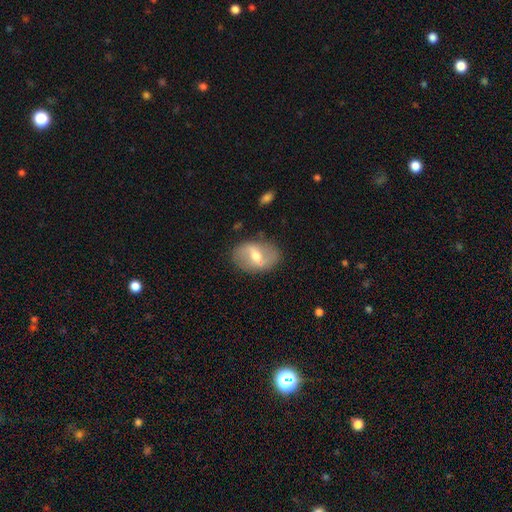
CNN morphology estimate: Smooth or featured? featured or disk (65%)
Edge-on disk? no (94%)
Bar? weak (44%)
Spiral arms? yes (56%)
Bulge size? moderate (69%)
Merging? none (79%)